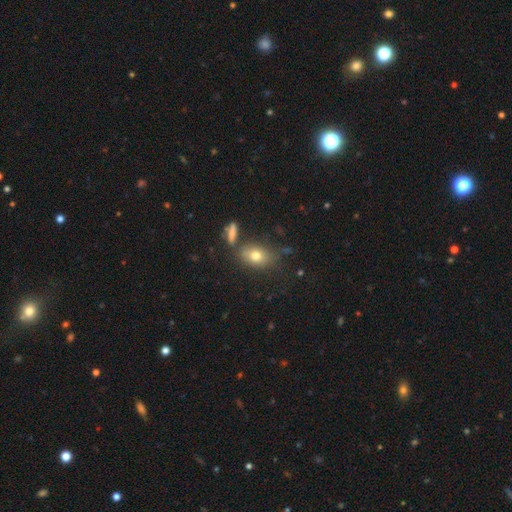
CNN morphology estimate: A smooth galaxy with no disk features (75%) that is in between round and cigar-shaped (75%).

Vote fractions:
- Smooth or featured? smooth: 75% / featured or disk: 15% / star or artifact: 11%
- How rounded? in between: 75% / round: 22% / cigar-shaped: 3%
- Merging? none: 67% / minor disturbance: 16% / merger: 11% / major disturbance: 6%